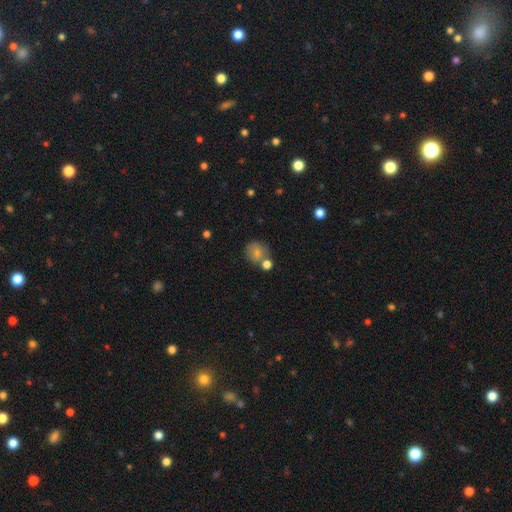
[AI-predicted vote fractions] Q: Smooth or featured?
A: smooth (59%); runner-up: star or artifact (24%)
Q: How rounded?
A: round (85%); runner-up: in between (13%)
Q: Merging?
A: none (70%); runner-up: merger (13%)